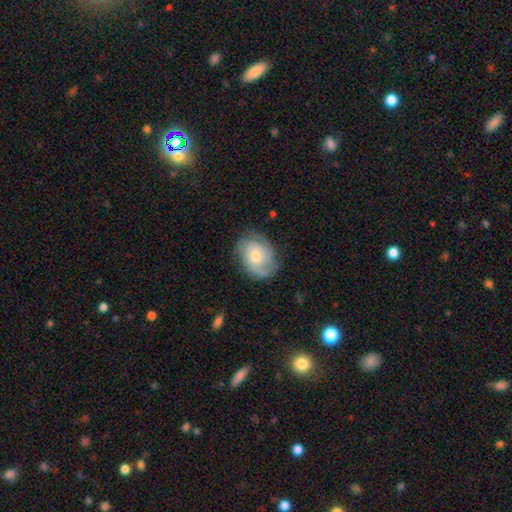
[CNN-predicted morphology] smooth_or_featured: featured or disk (p=0.66) [alt: smooth p=0.27]
disk_edge_on: no (p=0.97) [alt: yes p=0.03]
bar: no (p=0.76) [alt: weak p=0.21]
has_spiral_arms: yes (p=0.89) [alt: no p=0.11]
spiral_winding: tight (p=0.54) [alt: medium p=0.33]
spiral_arm_count: 2 (p=0.36) [alt: can't tell p=0.32]
bulge_size: moderate (p=0.52) [alt: small p=0.39]
merging: none (p=0.70) [alt: minor disturbance p=0.21]